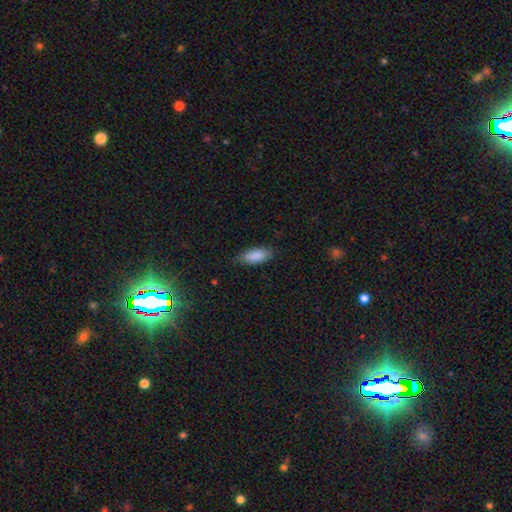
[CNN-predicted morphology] A smooth galaxy with no disk features (89%) that is in between round and cigar-shaped (84%). Merging: none (81%).